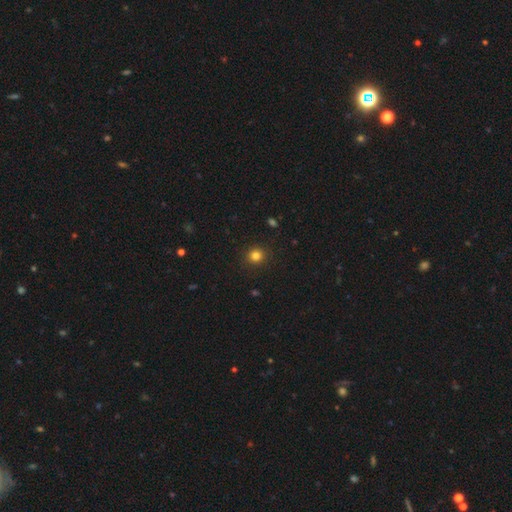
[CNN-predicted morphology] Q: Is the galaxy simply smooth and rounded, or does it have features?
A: smooth — 83%.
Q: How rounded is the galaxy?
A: round — 91%.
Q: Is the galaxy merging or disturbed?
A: none — 91%.